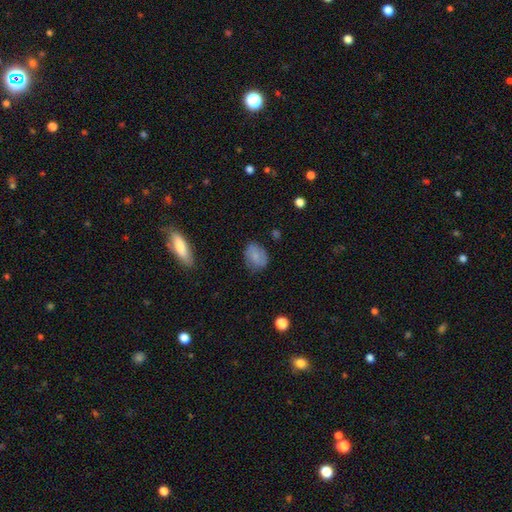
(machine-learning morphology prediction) smooth_or_featured: smooth (p=0.71) [alt: featured or disk p=0.21]
how_rounded: in between (p=0.62) [alt: round p=0.36]
merging: none (p=0.72) [alt: minor disturbance p=0.21]